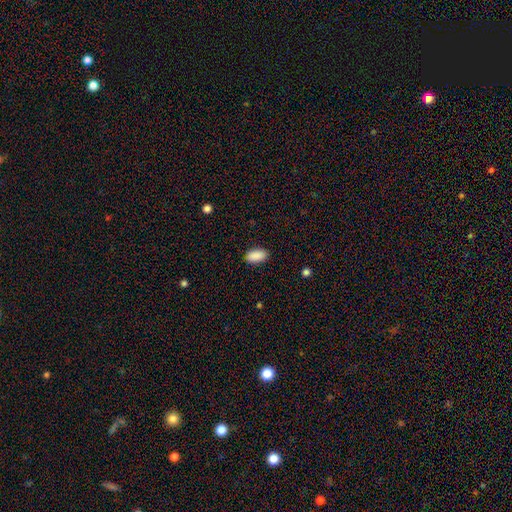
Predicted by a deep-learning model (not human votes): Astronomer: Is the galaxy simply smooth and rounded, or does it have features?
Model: smooth — 90%.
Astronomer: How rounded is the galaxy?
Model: in between — 92%.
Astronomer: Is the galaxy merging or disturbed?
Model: none — 88%.